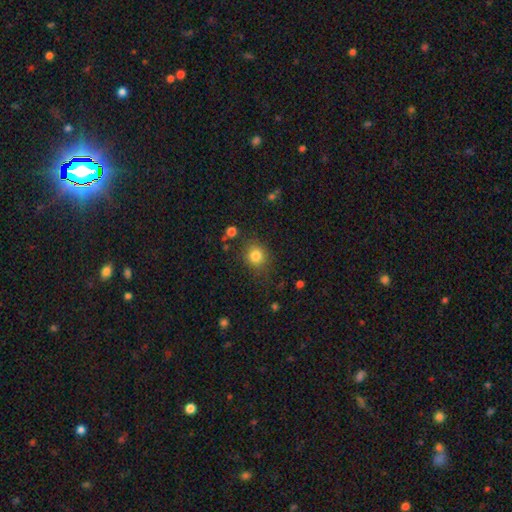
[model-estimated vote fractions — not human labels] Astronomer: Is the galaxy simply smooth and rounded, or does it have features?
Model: smooth — 82%.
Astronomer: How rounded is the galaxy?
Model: round — 82%.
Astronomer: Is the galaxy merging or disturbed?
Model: none — 80%.